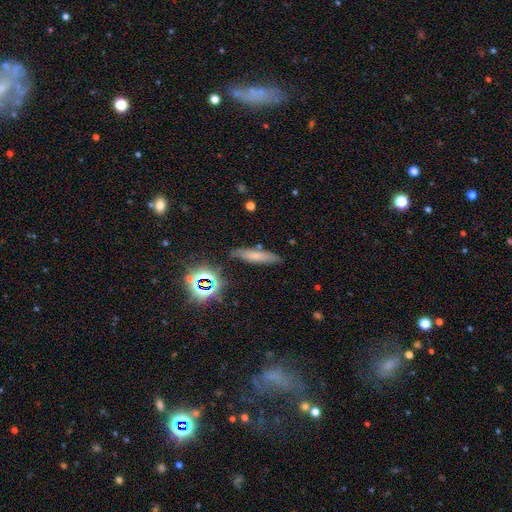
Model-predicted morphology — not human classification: Smooth or featured? Predicted: smooth (p=0.64). How rounded? Predicted: cigar-shaped (p=0.77). Merging? Predicted: none (p=0.82).